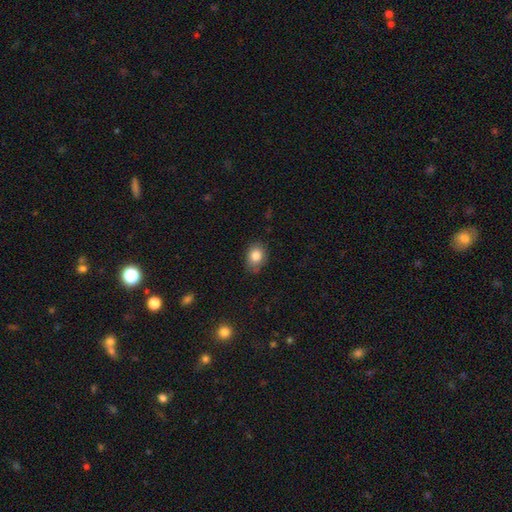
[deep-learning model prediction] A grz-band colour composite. It shows a smooth galaxy with no disk features (83%) that is in between round and cigar-shaped (61%). Merging: none (78%).